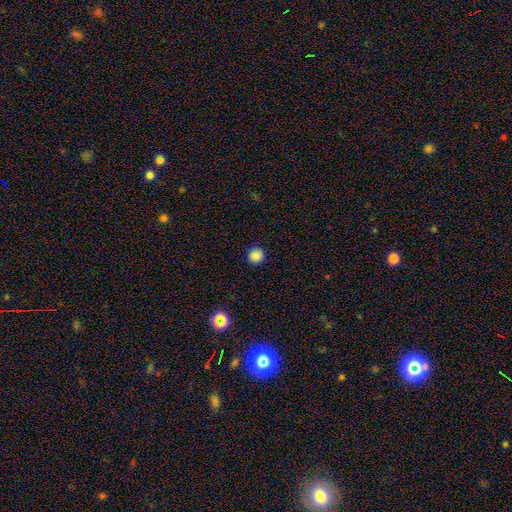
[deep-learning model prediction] Smooth or featured? smooth (87%)
How rounded? round (93%)
Merging? none (91%)